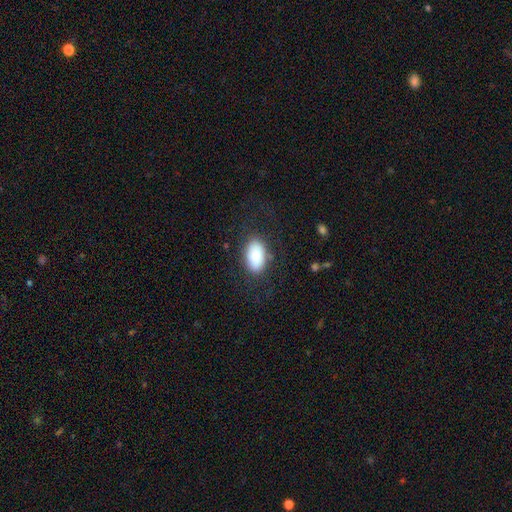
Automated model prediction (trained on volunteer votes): Morphology: type=smooth (84%); roundness=in between (94%); merging=none (78%).